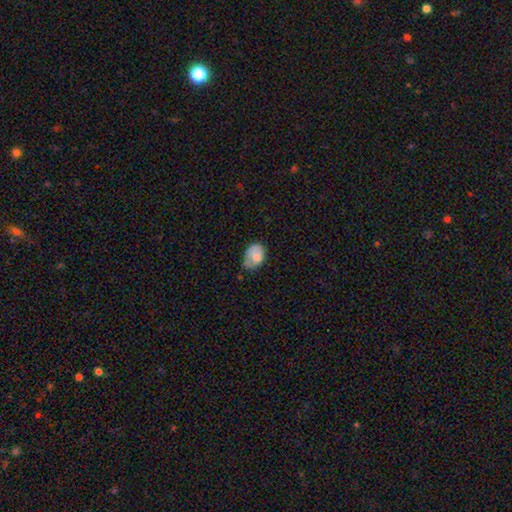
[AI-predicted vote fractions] A smooth galaxy with no disk features (77%) that is in between round and cigar-shaped (78%). Merging: minor disturbance (43%).